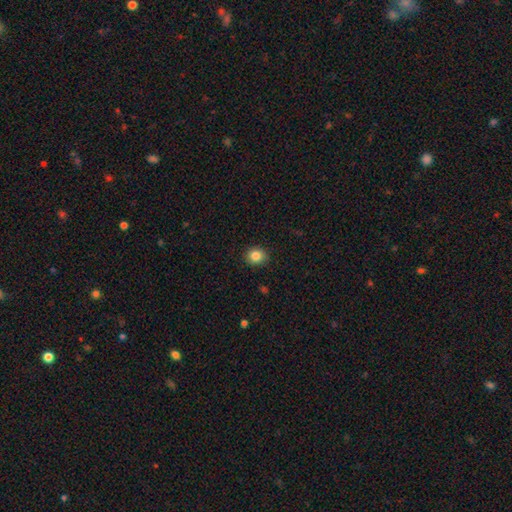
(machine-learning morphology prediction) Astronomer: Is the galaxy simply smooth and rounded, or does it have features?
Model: smooth — 85%.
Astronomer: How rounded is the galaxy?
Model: round — 77%.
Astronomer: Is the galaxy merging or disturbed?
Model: none — 88%.